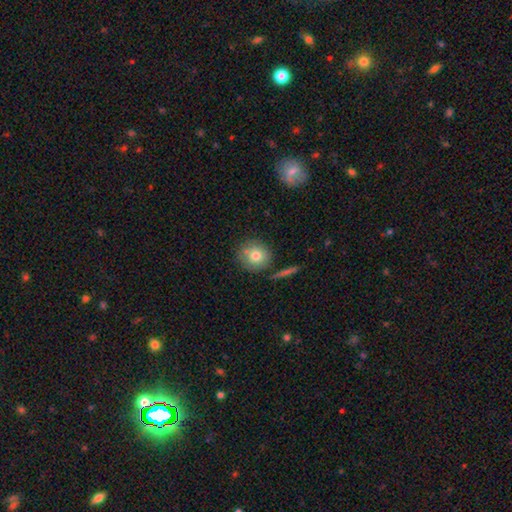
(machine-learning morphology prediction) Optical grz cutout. It shows a smooth galaxy with no disk features (78%) that is round (90%). Merging: none (78%).